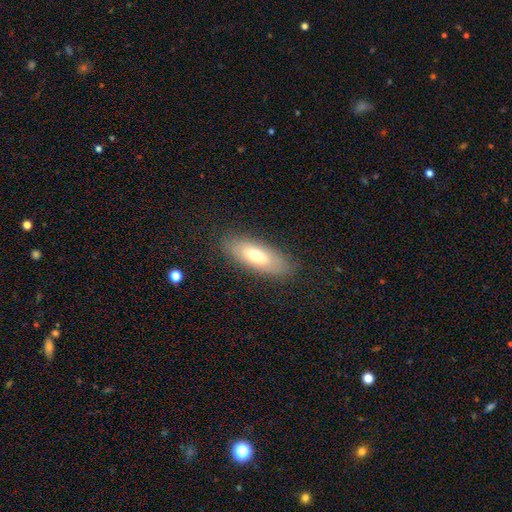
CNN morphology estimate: Smooth or featured? smooth (68%)
How rounded? in between (73%)
Merging? none (84%)